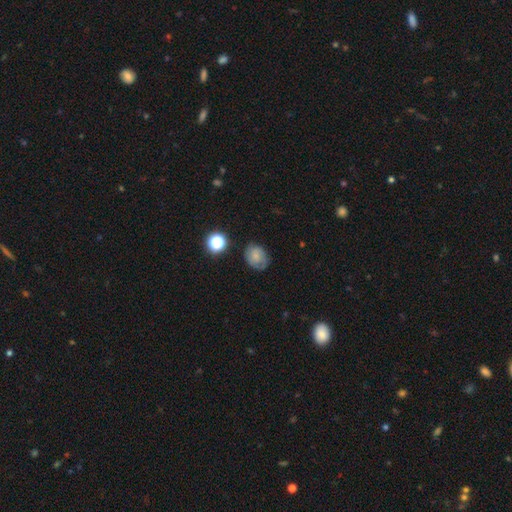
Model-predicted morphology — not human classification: Overall: smooth (62%; featured or disk 25%). How rounded: in between (53%; round 46%). Merging: none (65%).